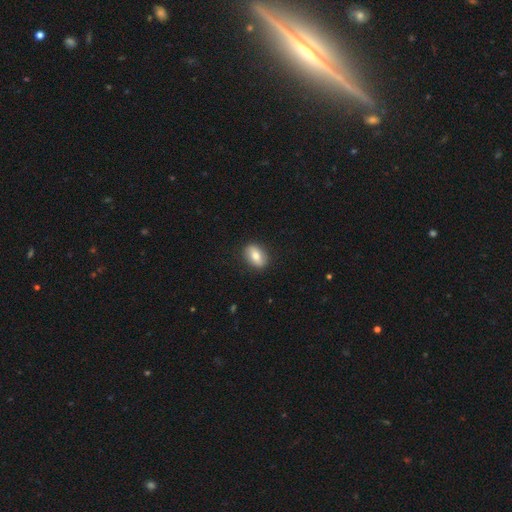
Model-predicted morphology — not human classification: This appears to be a smooth galaxy with no disk features (69%) that is in between round and cigar-shaped (81%). Merging: none (87%).